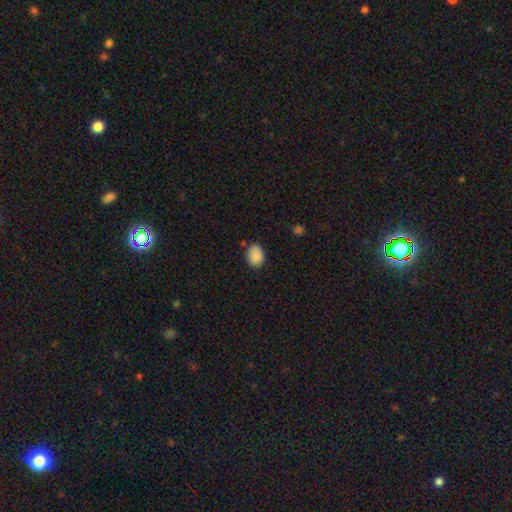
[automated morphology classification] Q: Smooth or featured?
A: smooth (88%); runner-up: star or artifact (8%)
Q: How rounded?
A: in between (65%); runner-up: round (35%)
Q: Merging?
A: none (75%); runner-up: minor disturbance (18%)